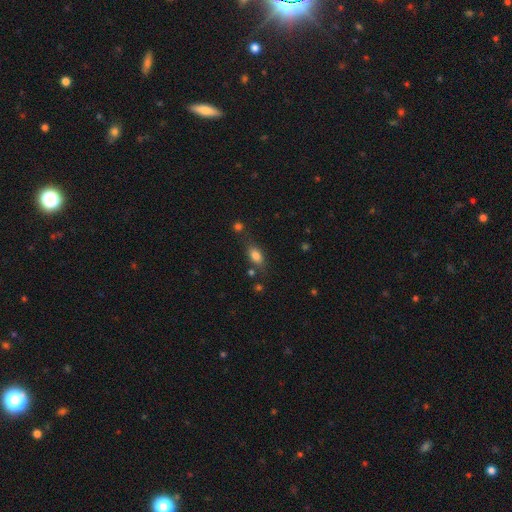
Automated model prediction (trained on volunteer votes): Smooth or featured: smooth — 80% (featured or disk — 11%)
How rounded: in between — 83% (round — 9%)
Merging: none — 68% (minor disturbance — 17%)